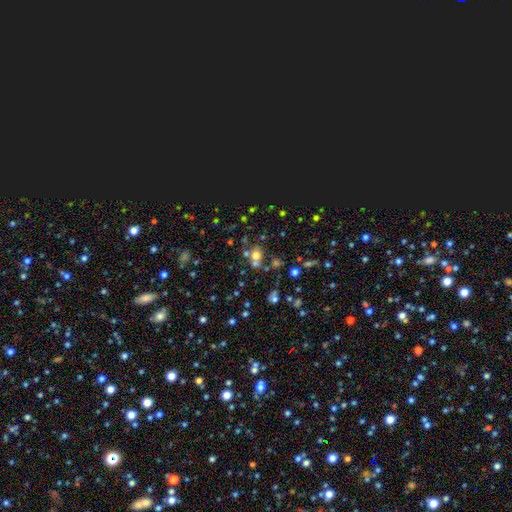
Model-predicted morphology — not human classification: Smooth or featured? smooth (60%)
How rounded? round (73%)
Merging? none (51%)